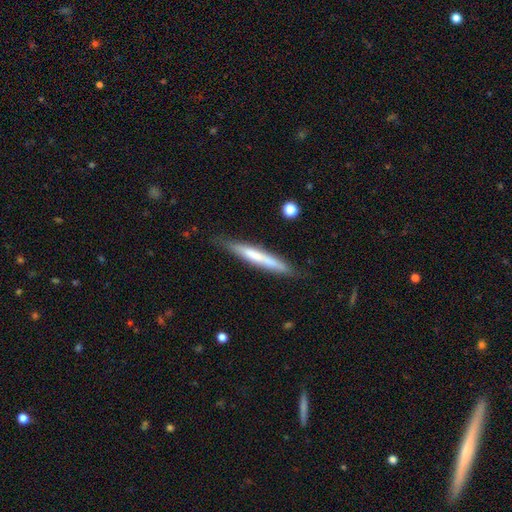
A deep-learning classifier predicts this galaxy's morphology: featured or disk 47%, smooth 46%, star or artifact 8%. Down the decision tree: merging — none (83%).